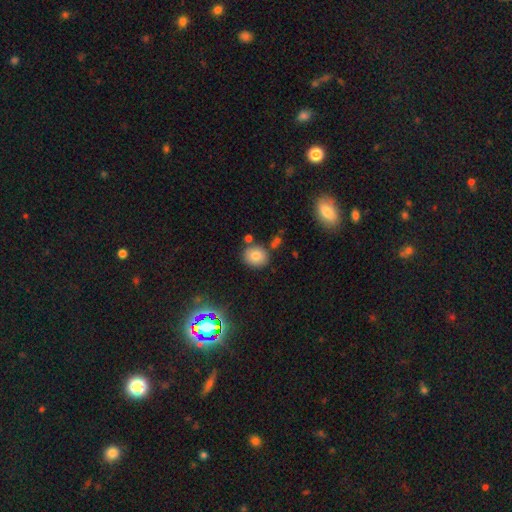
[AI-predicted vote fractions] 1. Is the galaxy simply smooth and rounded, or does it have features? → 77% smooth, 12% star or artifact, 11% featured or disk.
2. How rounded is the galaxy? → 72% round, 27% in between, 1% cigar-shaped.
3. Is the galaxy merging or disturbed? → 78% none, 11% minor disturbance, 8% merger, 3% major disturbance.